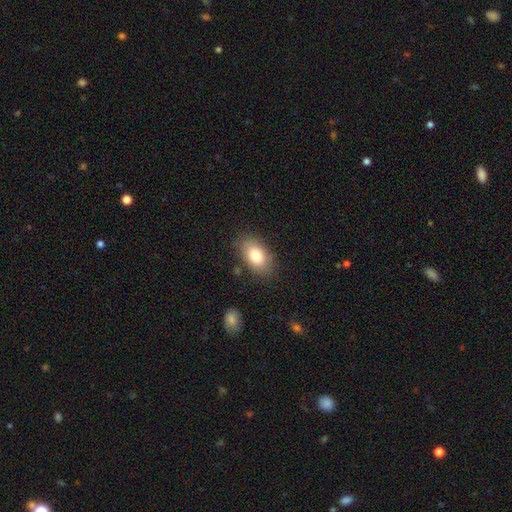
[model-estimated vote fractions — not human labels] A smooth galaxy with no disk features (81%) that is in between round and cigar-shaped (91%). Merging: none (81%).